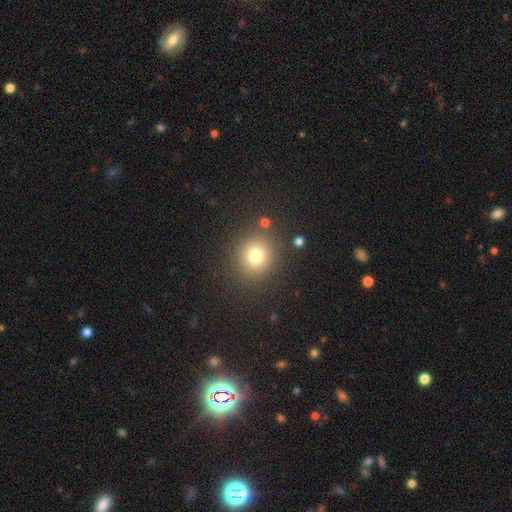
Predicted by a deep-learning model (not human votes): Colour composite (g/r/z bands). It shows a smooth galaxy with no disk features (76%) that is round (87%). Merging: none (86%).